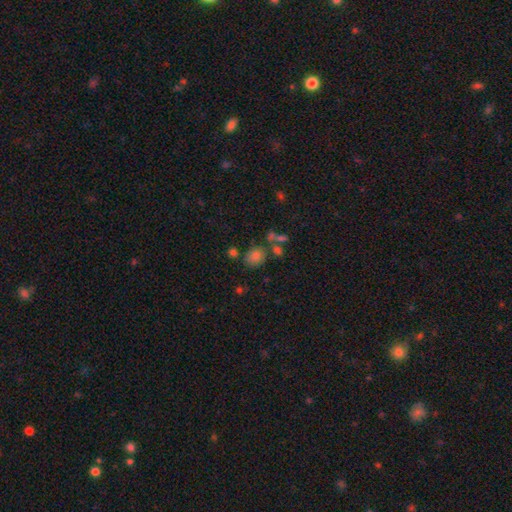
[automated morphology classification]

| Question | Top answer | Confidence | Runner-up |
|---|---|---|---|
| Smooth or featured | smooth | 75% | star or artifact (16%) |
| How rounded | round | 54% | in between (45%) |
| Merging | none | 64% | merger (17%) |